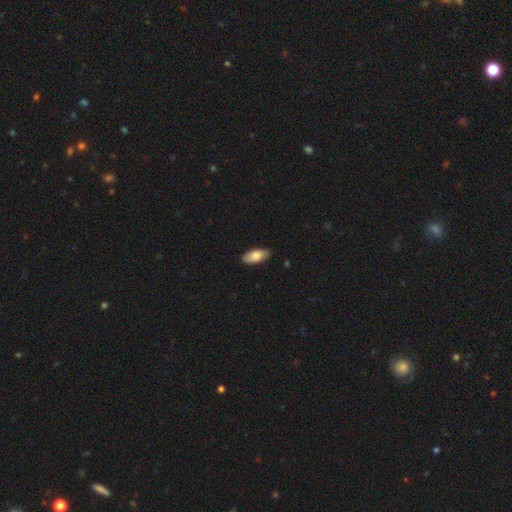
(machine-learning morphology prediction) Smooth or featured?
  - smooth: 83% *
  - featured or disk: 11%
  - star or artifact: 6%
How rounded?
  - in between: 89% *
  - cigar-shaped: 9%
  - round: 2%
Merging?
  - none: 87% *
  - minor disturbance: 10%
  - major disturbance: 2%
  - merger: 1%